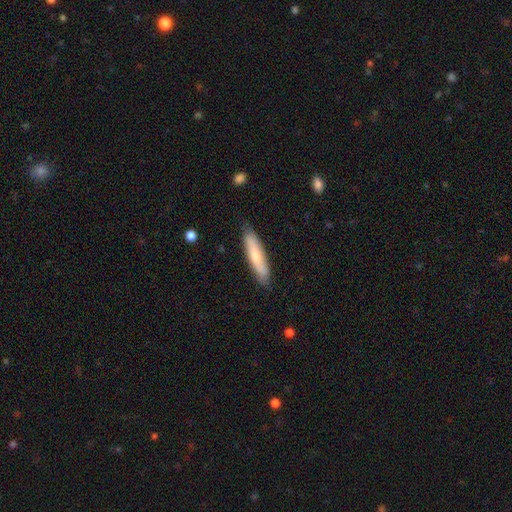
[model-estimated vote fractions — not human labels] Smooth or featured?
  - smooth: 66% *
  - featured or disk: 29%
  - star or artifact: 6%
How rounded?
  - cigar-shaped: 82% *
  - in between: 17%
  - round: 1%
Merging?
  - none: 85% *
  - minor disturbance: 12%
  - major disturbance: 2%
  - merger: 1%